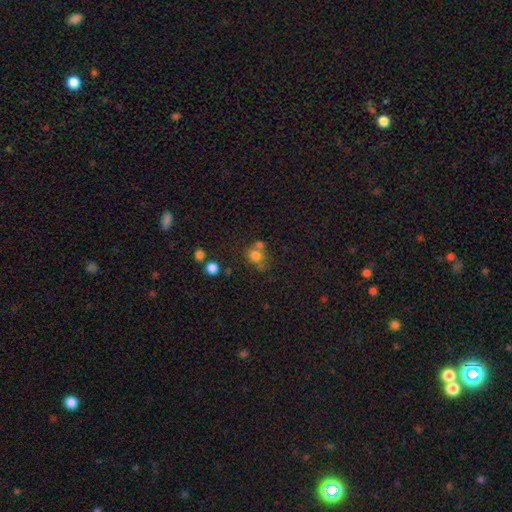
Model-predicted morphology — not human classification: A smooth galaxy with no disk features (73%) that is round (55%).

Vote fractions:
- Smooth or featured? smooth: 73% / star or artifact: 14% / featured or disk: 13%
- How rounded? round: 55% / in between: 44% / cigar-shaped: 1%
- Merging? none: 40% / merger: 34% / minor disturbance: 17% / major disturbance: 10%